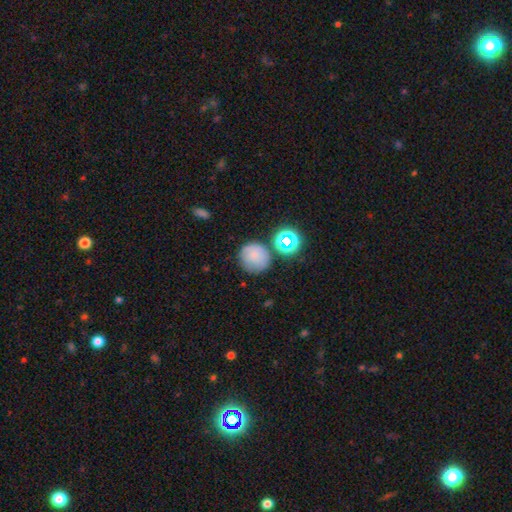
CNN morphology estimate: Smooth or featured? smooth (66%)
How rounded? round (91%)
Merging? none (67%)